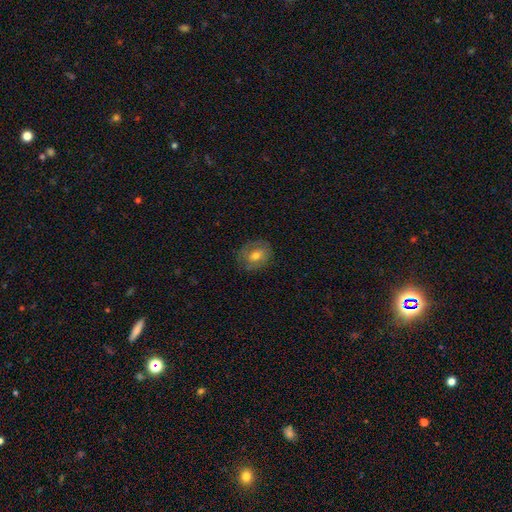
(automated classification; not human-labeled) smooth 58%, featured or disk 33%, star or artifact 9%. Down the decision tree: how rounded — round (54%); merging — none (78%).